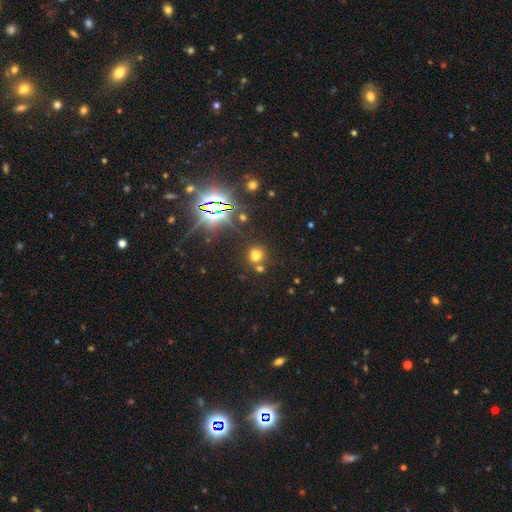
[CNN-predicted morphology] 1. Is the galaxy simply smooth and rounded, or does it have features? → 60% smooth, 31% star or artifact, 9% featured or disk.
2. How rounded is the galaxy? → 79% round, 19% in between, 1% cigar-shaped.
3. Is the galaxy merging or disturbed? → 65% none, 21% merger, 10% minor disturbance, 4% major disturbance.